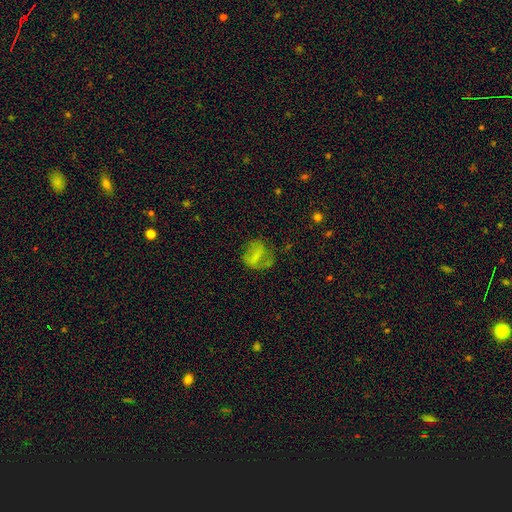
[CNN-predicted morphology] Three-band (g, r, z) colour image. It shows a smooth galaxy with no disk features (49%). Merging: none (48%).